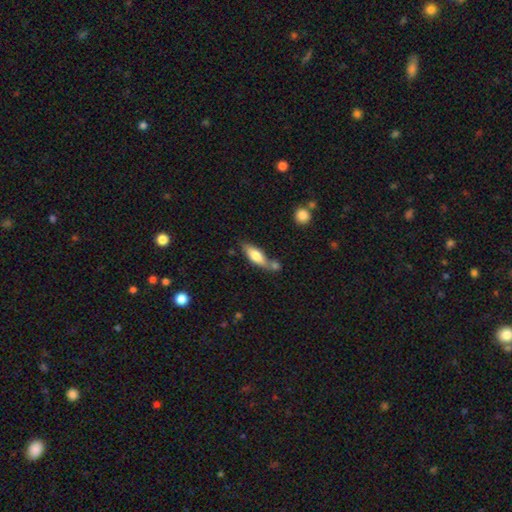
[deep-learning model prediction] smooth 66%, featured or disk 27%, star or artifact 6%. Down the decision tree: how rounded — in between (57%); merging — none (48%).